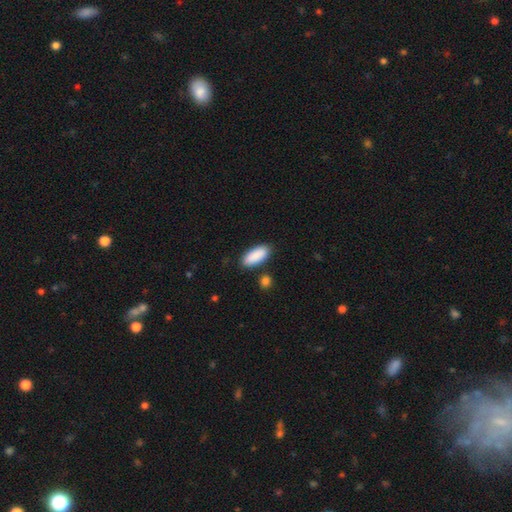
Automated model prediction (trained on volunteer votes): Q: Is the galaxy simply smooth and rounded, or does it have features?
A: smooth — 90%.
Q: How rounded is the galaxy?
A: in between — 84%.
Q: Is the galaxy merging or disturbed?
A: none — 84%.